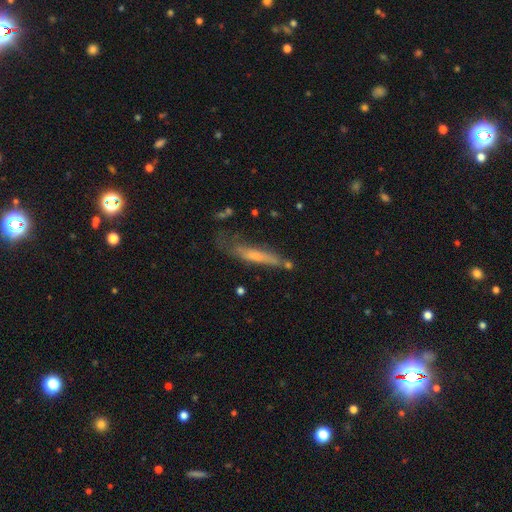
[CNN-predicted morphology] Smooth or featured?
  - smooth: 46% *
  - featured or disk: 45%
  - star or artifact: 9%
Merging?
  - none: 47% *
  - minor disturbance: 28%
  - major disturbance: 17%
  - merger: 8%